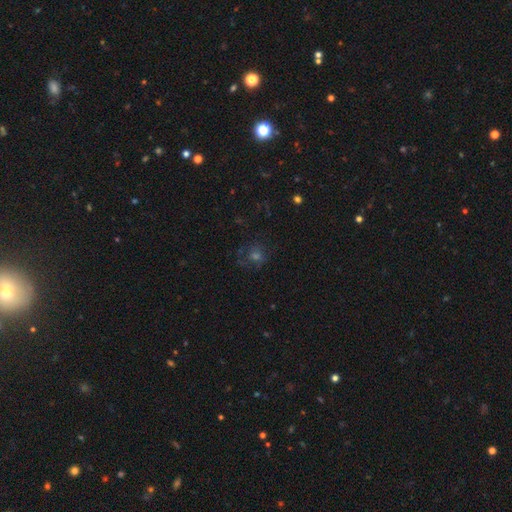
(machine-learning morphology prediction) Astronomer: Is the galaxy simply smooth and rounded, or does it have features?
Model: smooth — 41% (runner-up: star or artifact, 33%).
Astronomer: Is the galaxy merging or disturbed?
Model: none — 70%.